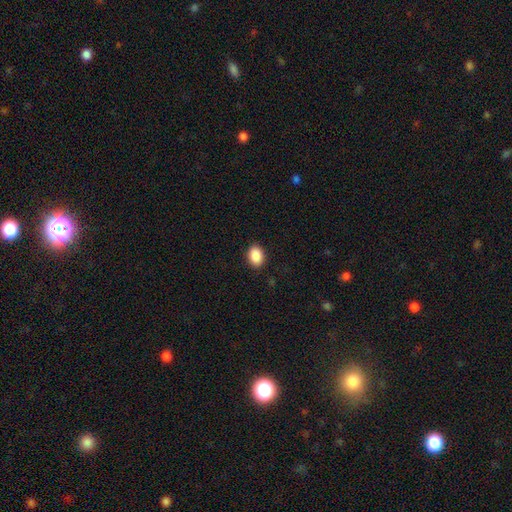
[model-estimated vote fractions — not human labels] Smooth or featured?
  - smooth: 90% *
  - star or artifact: 7%
  - featured or disk: 3%
How rounded?
  - in between: 76% *
  - round: 23%
  - cigar-shaped: 1%
Merging?
  - none: 89% *
  - minor disturbance: 7%
  - major disturbance: 2%
  - merger: 1%